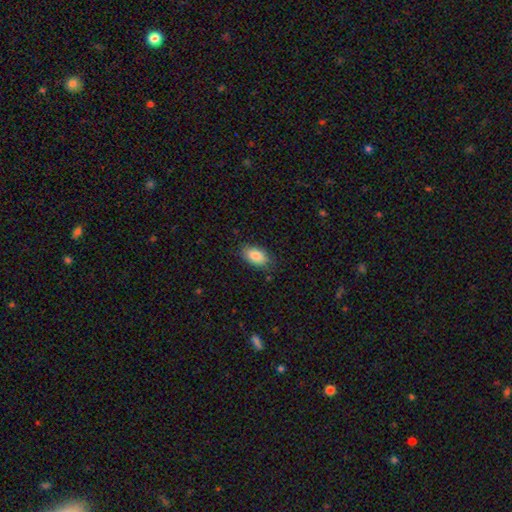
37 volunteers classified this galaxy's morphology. Q: Smooth or featured?
A: smooth (84%); runner-up: featured or disk (11%)
Q: How rounded?
A: in between (94%); runner-up: round (6%)
Q: Merging?
A: none (83%); runner-up: minor disturbance (14%)